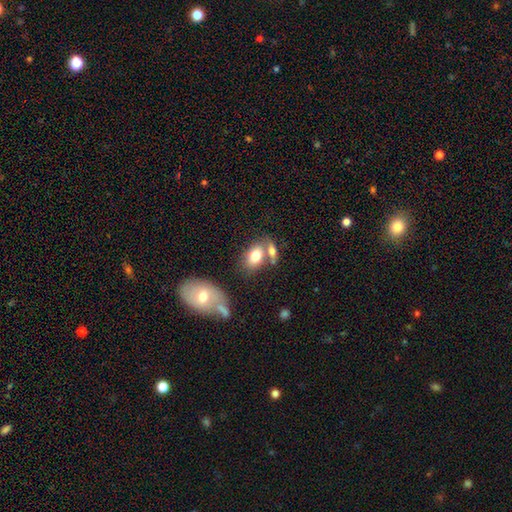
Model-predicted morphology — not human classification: Overall: smooth (77%). How rounded: in between (87%). Merging: none (47%; merger 35%).